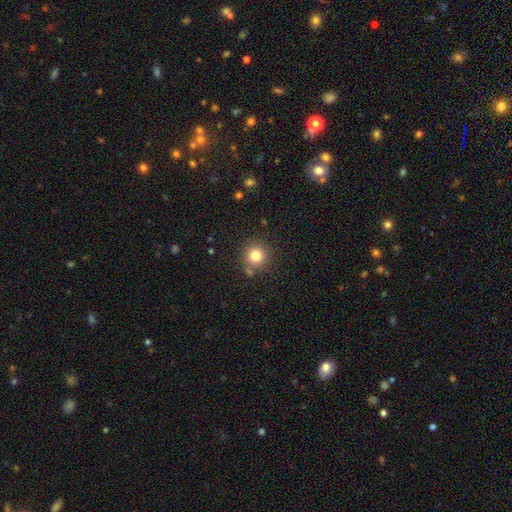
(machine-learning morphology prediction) Q: Smooth or featured?
A: smooth (80%); runner-up: star or artifact (12%)
Q: How rounded?
A: round (93%); runner-up: in between (6%)
Q: Merging?
A: none (80%); runner-up: minor disturbance (10%)